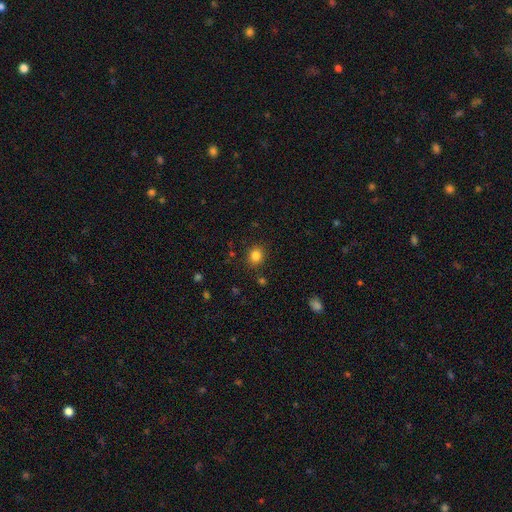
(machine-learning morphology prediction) This is clearly a smooth galaxy (83%). How rounded: likely round (77%). Merging: clearly none (87%).